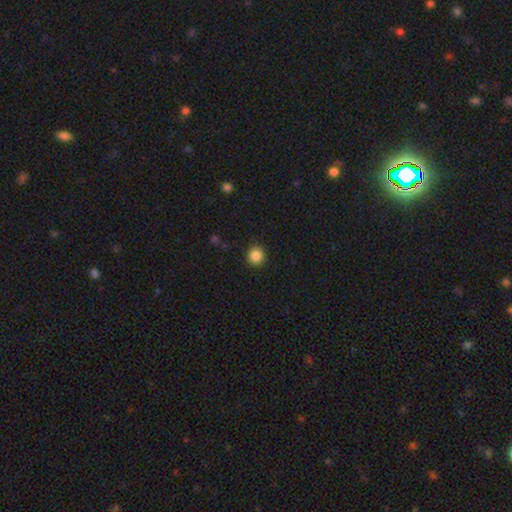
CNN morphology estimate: This is clearly a smooth galaxy (87%). How rounded: clearly round (91%). Merging: clearly none (91%).